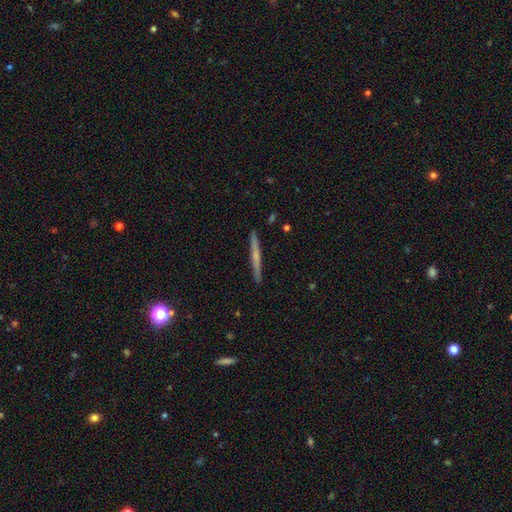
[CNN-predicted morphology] This appears to be a featured or disk galaxy (54%) viewed edge-on (98%) with no central bulge (59%). Merging: none (92%).